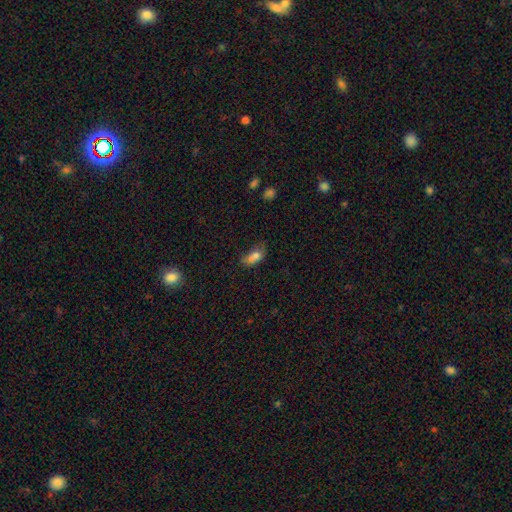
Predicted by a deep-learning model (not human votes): The model was most divided on "merging": none: 35%, minor disturbance: 33%, major disturbance: 19%, merger: 13%. More confident: how rounded — in between (85%); smooth or featured — smooth (74%).